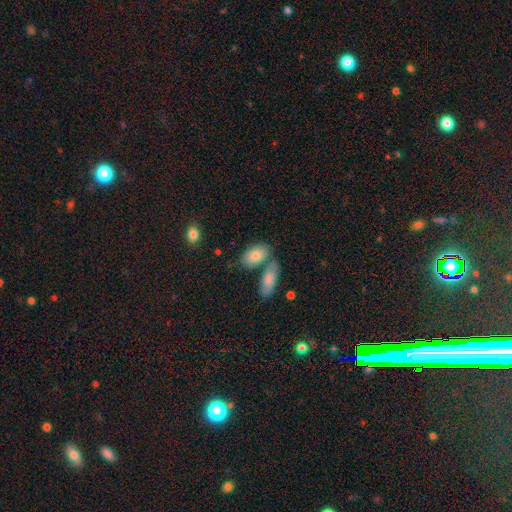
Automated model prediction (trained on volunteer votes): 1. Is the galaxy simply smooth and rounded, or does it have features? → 80% smooth, 13% featured or disk, 7% star or artifact.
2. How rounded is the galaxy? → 90% in between, 7% round, 3% cigar-shaped.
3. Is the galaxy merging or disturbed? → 56% none, 27% merger, 13% minor disturbance, 4% major disturbance.